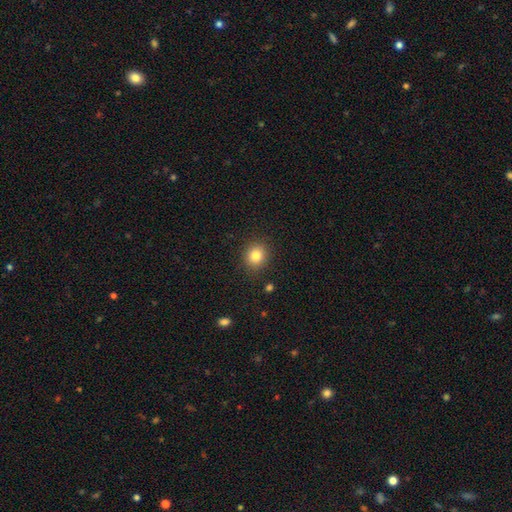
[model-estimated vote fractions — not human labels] Smooth or featured? Predicted: smooth (p=0.82). How rounded? Predicted: round (p=0.83). Merging? Predicted: none (p=0.89).